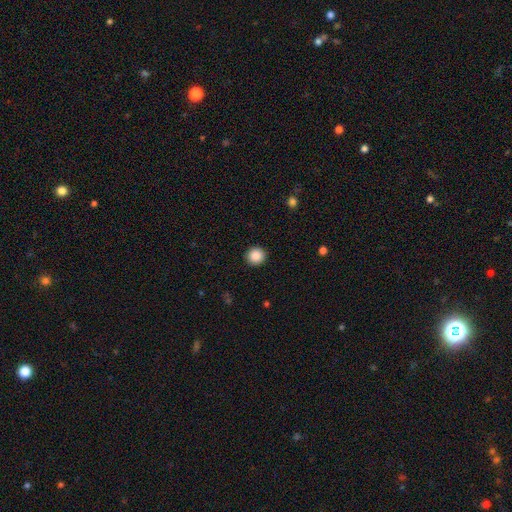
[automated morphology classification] smooth_or_featured: smooth (p=0.88) [alt: star or artifact p=0.09]
how_rounded: round (p=0.93) [alt: in between p=0.06]
merging: none (p=0.92) [alt: minor disturbance p=0.05]